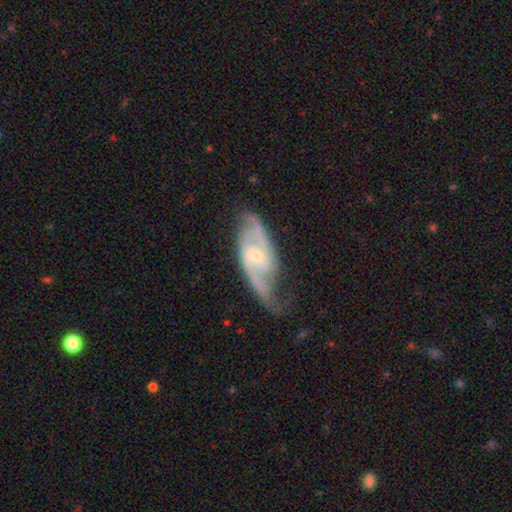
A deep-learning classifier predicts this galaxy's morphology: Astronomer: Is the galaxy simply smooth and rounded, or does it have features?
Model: featured or disk — 89%.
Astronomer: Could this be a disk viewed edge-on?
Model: no — 95%.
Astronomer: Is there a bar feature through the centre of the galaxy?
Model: weak — 46% (runner-up: no, 38%).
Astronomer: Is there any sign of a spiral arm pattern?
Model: yes — 97%.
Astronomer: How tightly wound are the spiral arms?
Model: medium — 53%.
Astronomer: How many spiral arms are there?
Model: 2 — 86%.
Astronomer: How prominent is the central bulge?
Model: small — 63%.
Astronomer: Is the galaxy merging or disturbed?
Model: none — 70%.